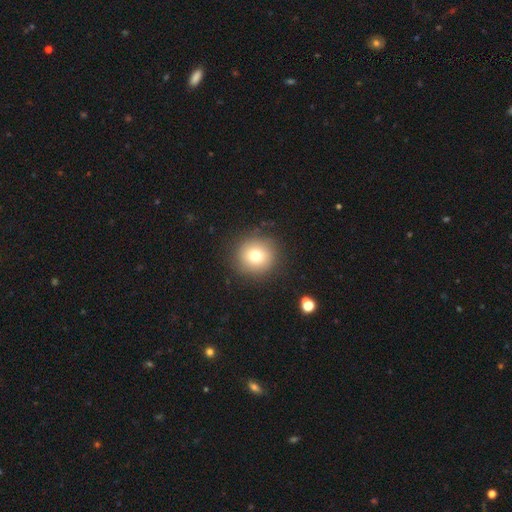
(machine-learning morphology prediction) Q: Smooth or featured?
A: smooth (76%); runner-up: star or artifact (12%)
Q: How rounded?
A: round (91%); runner-up: in between (8%)
Q: Merging?
A: none (88%); runner-up: minor disturbance (8%)